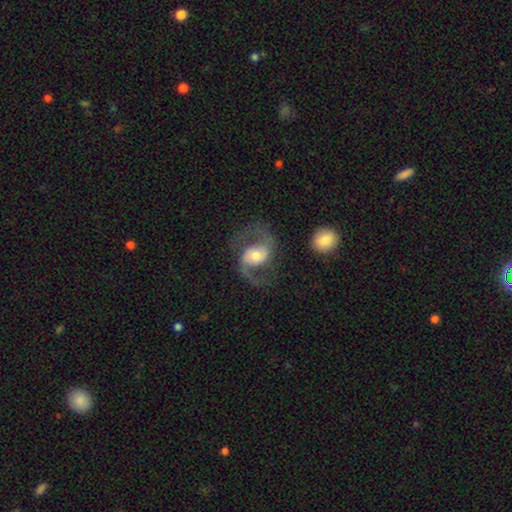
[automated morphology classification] Smooth or featured? featured or disk (87%)
Edge-on disk? no (98%)
Bar? no (44%)
Spiral arms? yes (96%)
Spiral winding? loose (48%)
Spiral arm count? 2 (93%)
Bulge size? moderate (65%)
Merging? none (71%)